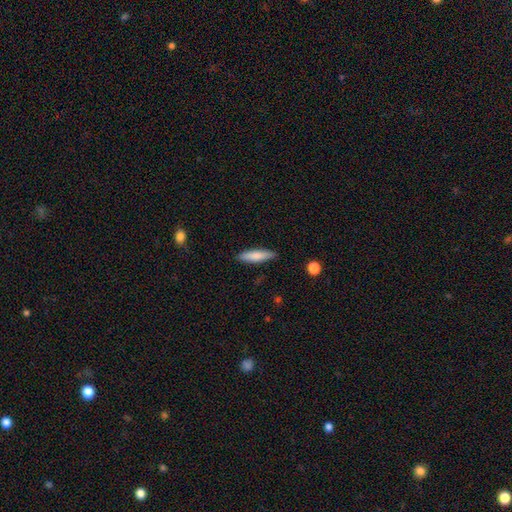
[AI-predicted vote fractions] Q: Smooth or featured?
A: smooth (79%); runner-up: featured or disk (15%)
Q: How rounded?
A: cigar-shaped (76%); runner-up: in between (23%)
Q: Merging?
A: none (88%); runner-up: minor disturbance (9%)